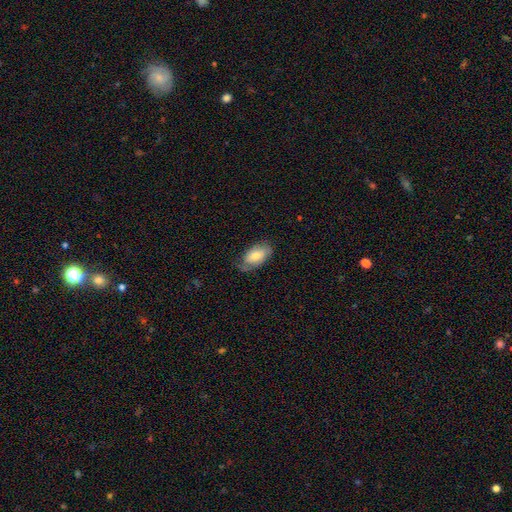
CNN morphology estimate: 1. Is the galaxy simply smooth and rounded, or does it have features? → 63% smooth, 30% featured or disk, 6% star or artifact.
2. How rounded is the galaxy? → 93% in between, 5% round, 3% cigar-shaped.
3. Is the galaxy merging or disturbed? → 60% none, 30% minor disturbance, 9% major disturbance, 1% merger.